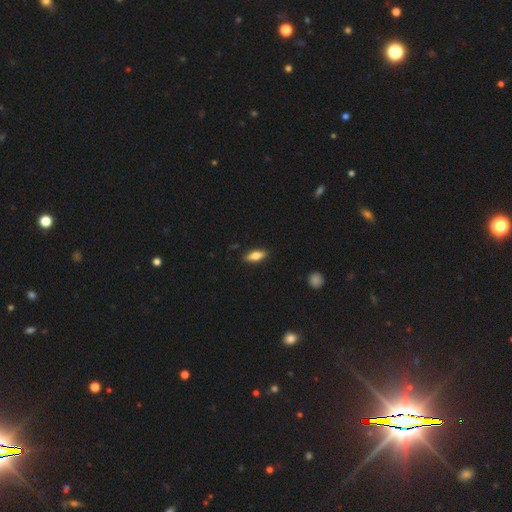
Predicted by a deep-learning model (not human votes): Smooth or featured? smooth (73%)
How rounded? in between (68%)
Merging? none (87%)